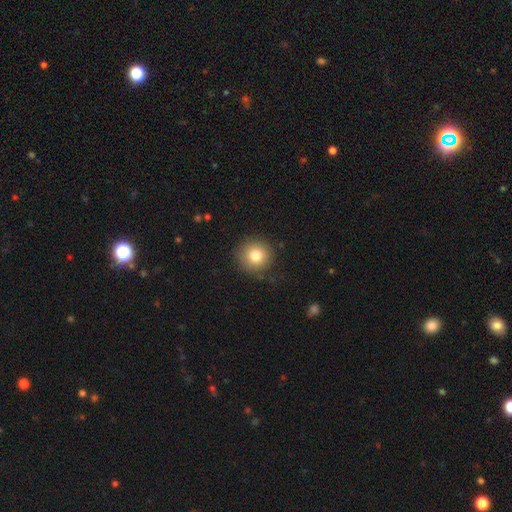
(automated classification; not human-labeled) smooth 80%, star or artifact 10%, featured or disk 10%. Down the decision tree: how rounded — round (93%); merging — none (86%).